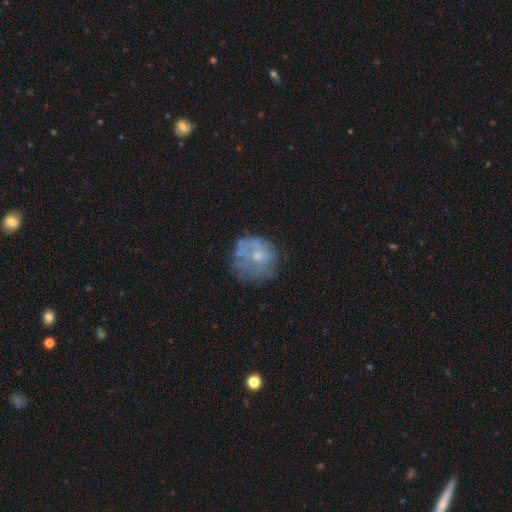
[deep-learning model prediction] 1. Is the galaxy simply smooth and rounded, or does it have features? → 46% smooth, 43% featured or disk, 11% star or artifact.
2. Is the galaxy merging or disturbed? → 60% none, 22% minor disturbance, 15% major disturbance, 3% merger.